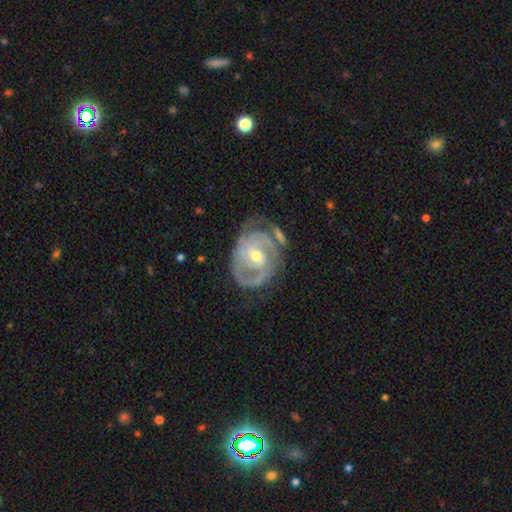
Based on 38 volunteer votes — Smooth or featured? featured or disk (84%)
Edge-on disk? no (97%)
Bar? weak (48%)
Spiral arms? yes (90%)
Spiral winding? medium (54%)
Spiral arm count? 2 (64%)
Bulge size? moderate (58%)
Merging? none (42%)